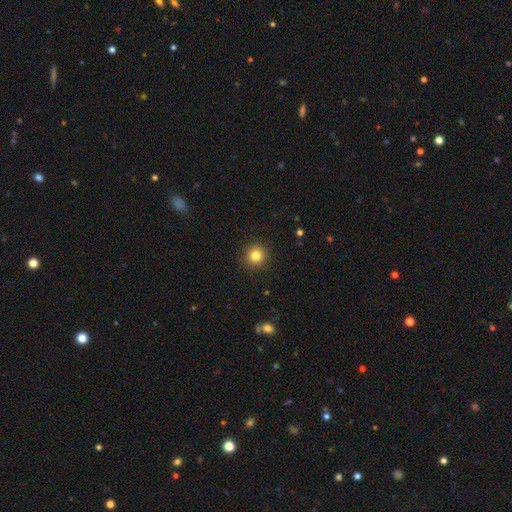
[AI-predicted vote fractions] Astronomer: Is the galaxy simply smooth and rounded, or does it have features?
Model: smooth — 83%.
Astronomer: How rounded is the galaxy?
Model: round — 95%.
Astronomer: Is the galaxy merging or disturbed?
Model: none — 92%.